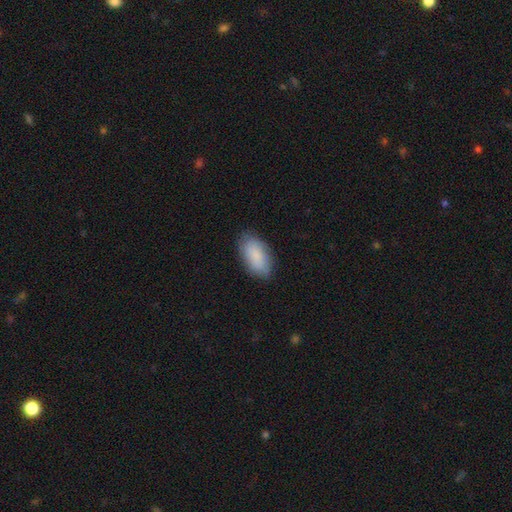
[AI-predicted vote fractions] Q: Smooth or featured?
A: smooth (85%); runner-up: featured or disk (9%)
Q: How rounded?
A: in between (94%); runner-up: round (3%)
Q: Merging?
A: none (83%); runner-up: minor disturbance (13%)